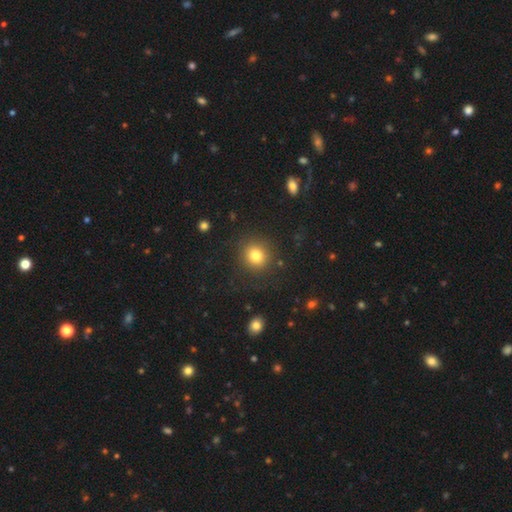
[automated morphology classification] Q: Smooth or featured?
A: smooth (81%); runner-up: star or artifact (12%)
Q: How rounded?
A: round (89%); runner-up: in between (10%)
Q: Merging?
A: none (87%); runner-up: minor disturbance (7%)